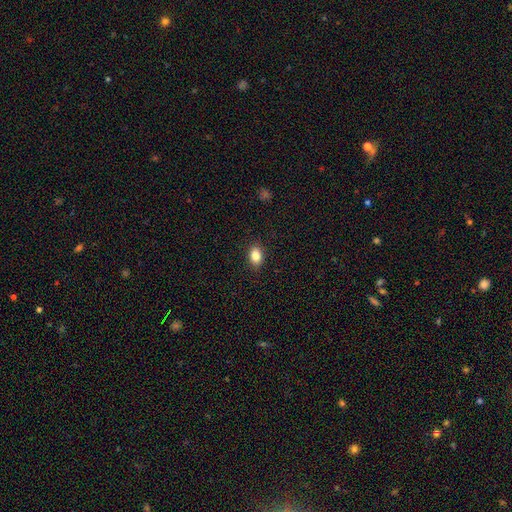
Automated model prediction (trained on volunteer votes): This appears to be a smooth galaxy with no disk features (84%) that is in between round and cigar-shaped (74%). Merging: none (88%).